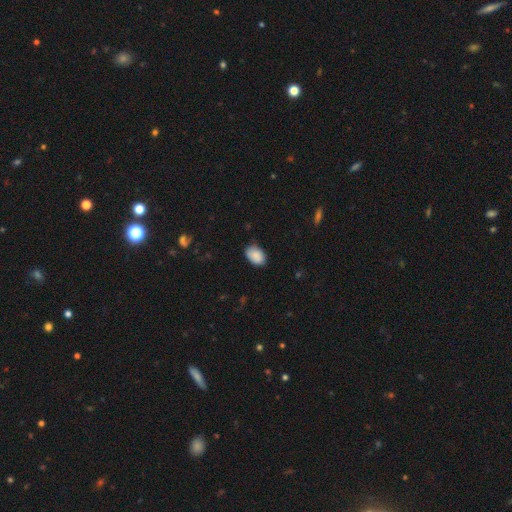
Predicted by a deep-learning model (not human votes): This is clearly a smooth galaxy (88%). How rounded: clearly in between (85%). Merging: likely none (75%).